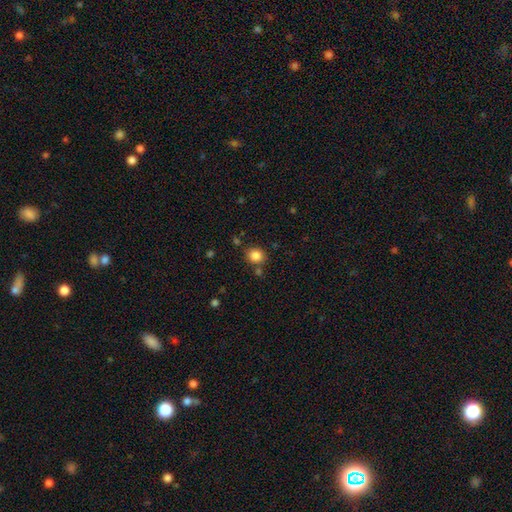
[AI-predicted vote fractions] Smooth or featured? smooth (85%)
How rounded? round (75%)
Merging? none (79%)